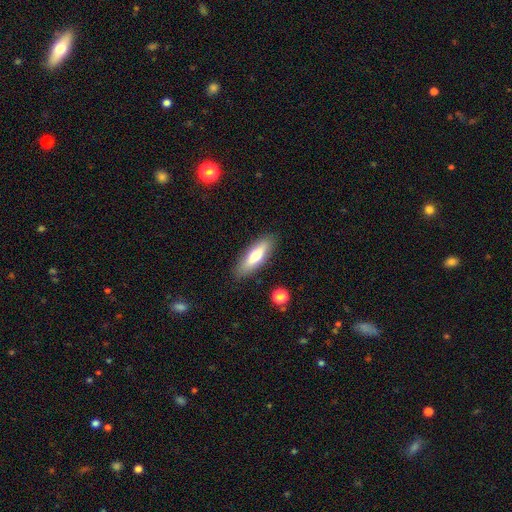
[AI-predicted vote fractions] Smooth or featured? Predicted: smooth (p=0.65). How rounded? Predicted: cigar-shaped (p=0.49, tied with in between). Merging? Predicted: none (p=0.86).